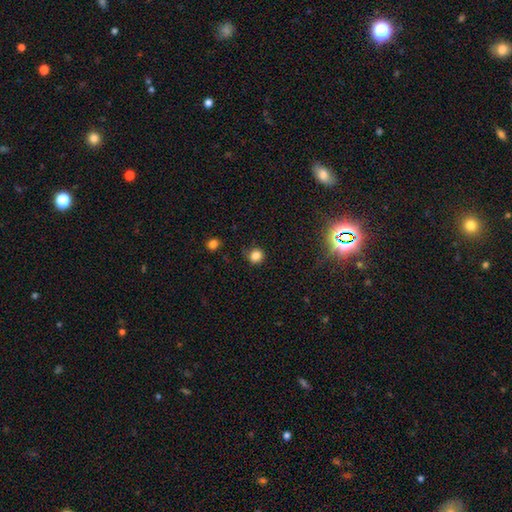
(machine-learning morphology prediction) Overall: smooth (83%). How rounded: round (85%). Merging: none (79%).